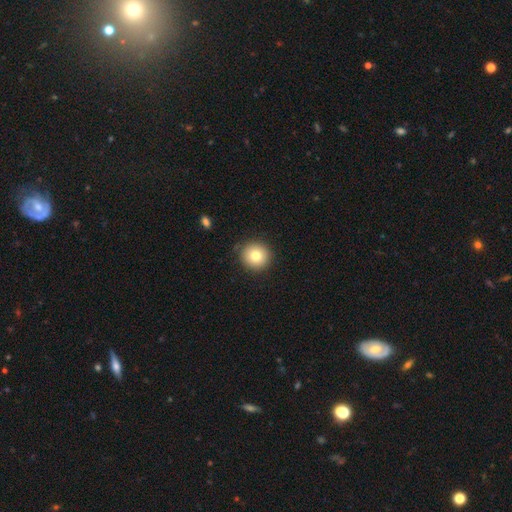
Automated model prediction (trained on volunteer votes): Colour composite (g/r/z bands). It shows a smooth galaxy with no disk features (79%) that is round (93%). Merging: none (88%).